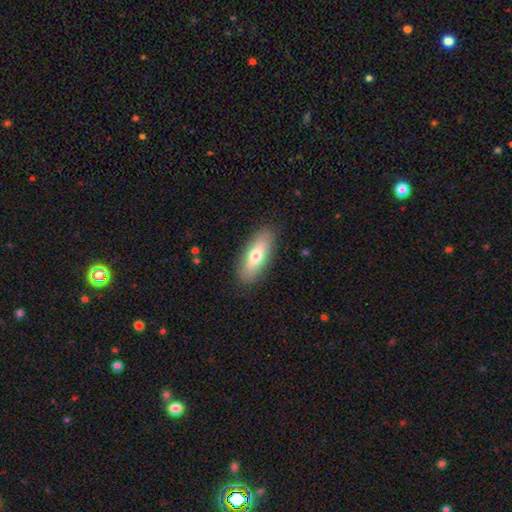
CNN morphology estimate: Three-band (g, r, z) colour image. It shows a smooth galaxy with no disk features (65%) that is in between round and cigar-shaped (67%). Merging: none (87%).